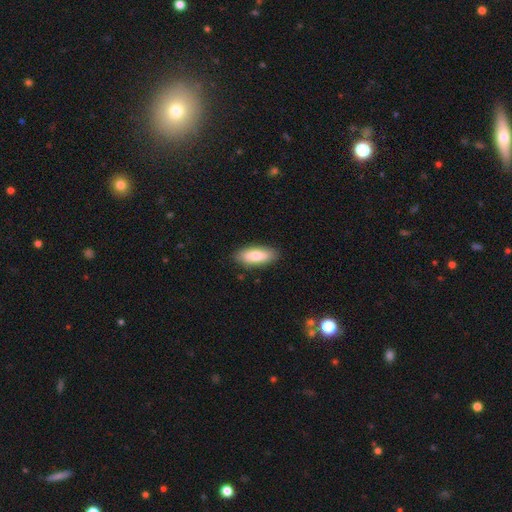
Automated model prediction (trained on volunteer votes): A smooth galaxy with no disk features (79%) that is in between round and cigar-shaped (75%). Merging: none (87%).